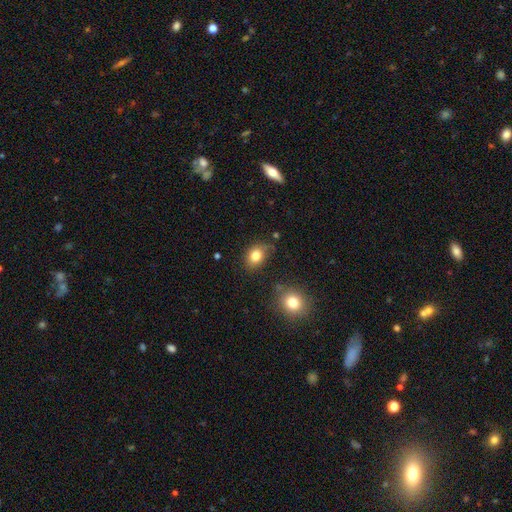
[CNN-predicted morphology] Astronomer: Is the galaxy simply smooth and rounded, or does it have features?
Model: smooth — 81%.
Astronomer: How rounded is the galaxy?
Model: in between — 68%.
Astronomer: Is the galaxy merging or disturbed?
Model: none — 74%.